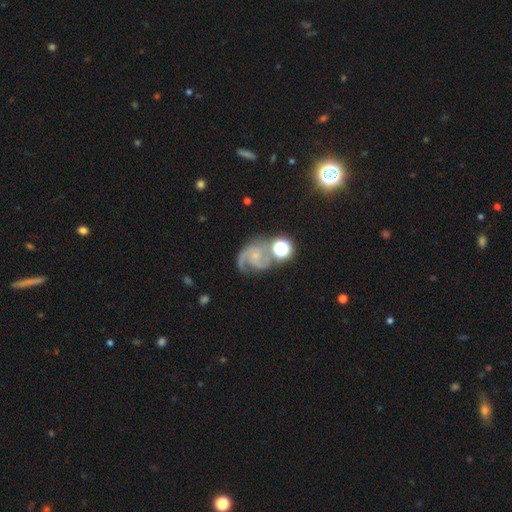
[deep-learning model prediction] featured or disk 81%, star or artifact 10%, smooth 9%. Down the decision tree: edge-on disk — no (98%); bar — no (68%); spiral arms — yes (97%); spiral arm count — 2 (66%); spiral winding — medium (52%); bulge size — small (71%); merging — none (54%).